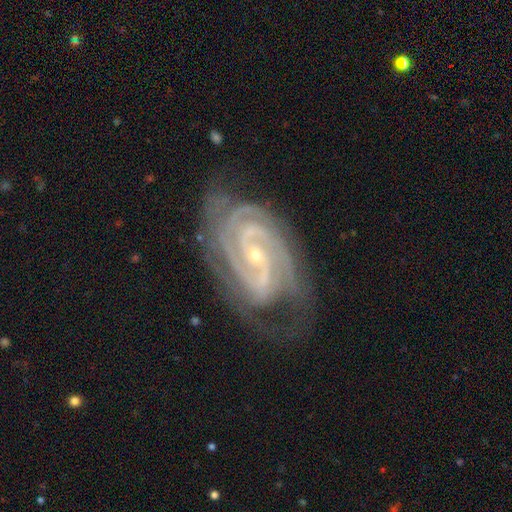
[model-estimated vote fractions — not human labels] smooth-or-featured: featured or disk: 93% | star or artifact: 5% | smooth: 3%
  disk-edge-on: no: 97% | yes: 3%
    bar: no: 36% | weak: 35% | strong: 29%
    has-spiral-arms: yes: 99% | no: 1%
      spiral-winding: tight: 70% | medium: 27% | loose: 4%
      spiral-arm-count: 2: 40% | 3: 24% | 4: 14% | can't tell: 11% | more than 4: 6% | 1: 6%
    bulge-size: small: 75% | moderate: 23% | none: 1% | large: 1% | dominant: 1%
  merging: none: 69% | minor disturbance: 21% | major disturbance: 9% | merger: 1%